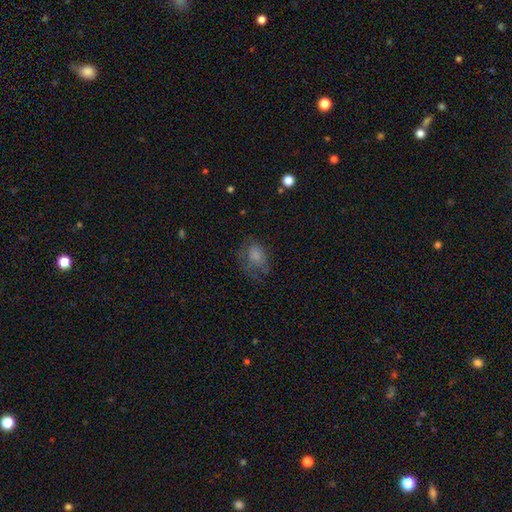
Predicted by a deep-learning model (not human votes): This appears to be a smooth galaxy with no disk features (69%) that is in between round and cigar-shaped (68%). Merging: none (45%).